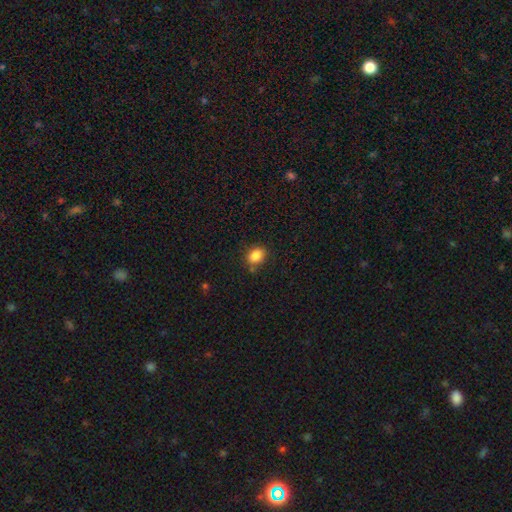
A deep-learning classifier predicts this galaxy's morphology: smooth_or_featured: smooth (p=0.86) [alt: star or artifact p=0.10]
how_rounded: in between (p=0.61) [alt: round p=0.38]
merging: none (p=0.73) [alt: minor disturbance p=0.19]